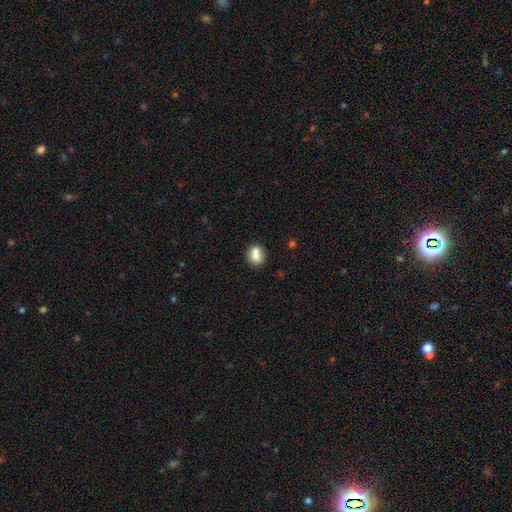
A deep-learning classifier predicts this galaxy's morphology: This appears to be a smooth galaxy with no disk features (75%) that is round (69%). Merging: none (49%).